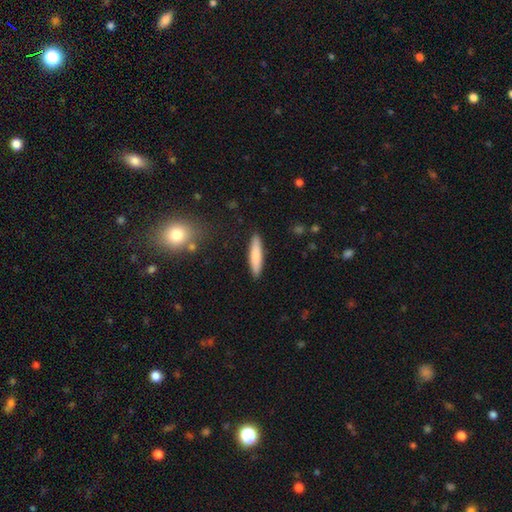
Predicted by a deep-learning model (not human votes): This appears to be a smooth galaxy with no disk features (79%) that is cigar-shaped (81%). Merging: none (90%).